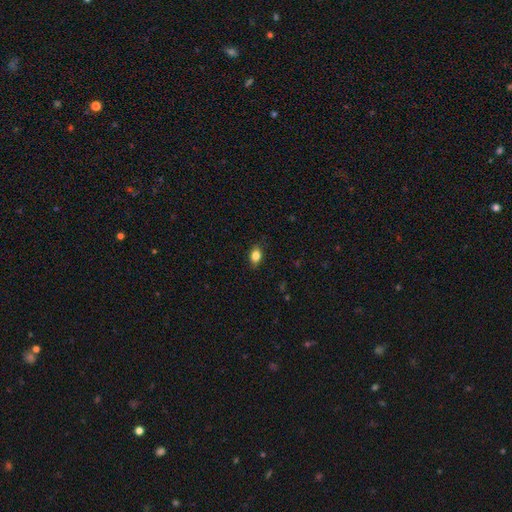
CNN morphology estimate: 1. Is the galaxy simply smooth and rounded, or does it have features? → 84% smooth, 9% star or artifact, 7% featured or disk.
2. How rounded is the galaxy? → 78% in between, 19% round, 2% cigar-shaped.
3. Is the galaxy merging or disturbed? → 84% none, 12% minor disturbance, 2% major disturbance, 1% merger.